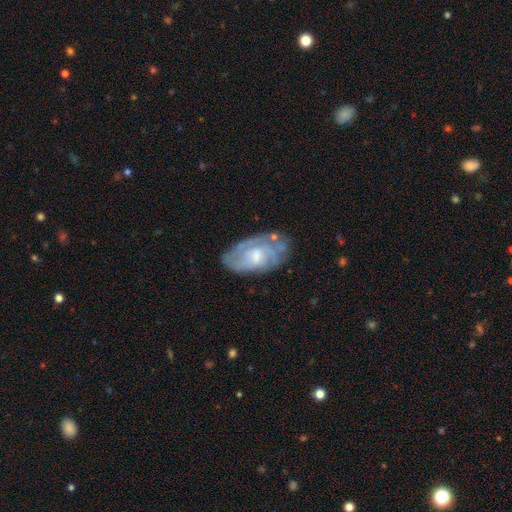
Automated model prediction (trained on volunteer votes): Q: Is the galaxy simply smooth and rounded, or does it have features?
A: featured or disk — 68%.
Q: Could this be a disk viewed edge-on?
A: no — 95%.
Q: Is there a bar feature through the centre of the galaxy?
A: no — 60%.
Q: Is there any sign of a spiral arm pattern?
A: yes — 76%.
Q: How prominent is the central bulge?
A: moderate — 49%.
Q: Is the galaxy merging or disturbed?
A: none — 63%.